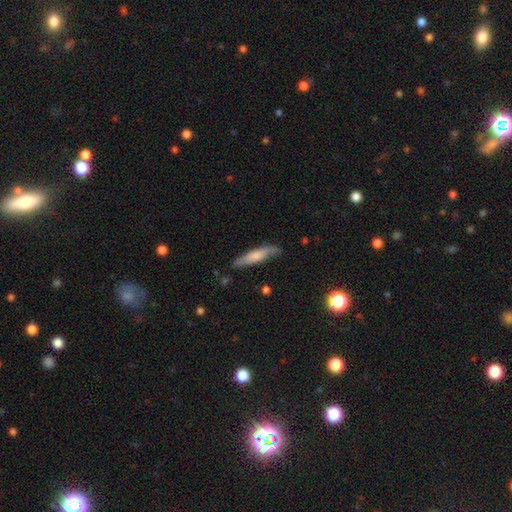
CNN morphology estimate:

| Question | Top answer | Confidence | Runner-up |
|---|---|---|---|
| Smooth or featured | smooth | 66% | featured or disk (28%) |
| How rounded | cigar-shaped | 82% | in between (17%) |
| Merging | none | 75% | minor disturbance (19%) |